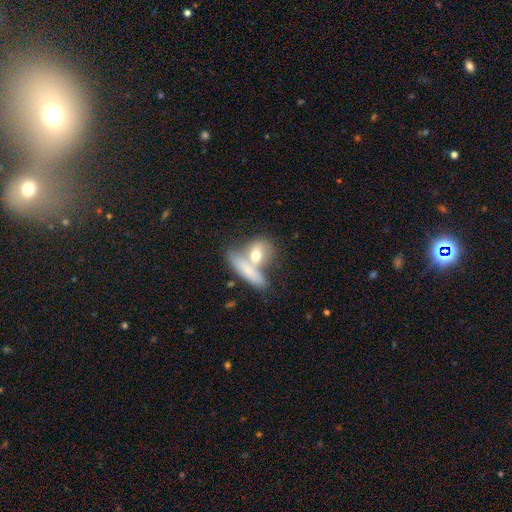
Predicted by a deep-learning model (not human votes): smooth-or-featured: smooth: 64% | featured or disk: 29% | star or artifact: 7%
  how-rounded: in between: 50% | round: 26% | cigar-shaped: 24%
  merging: merger: 53% | none: 31% | minor disturbance: 10% | major disturbance: 6%